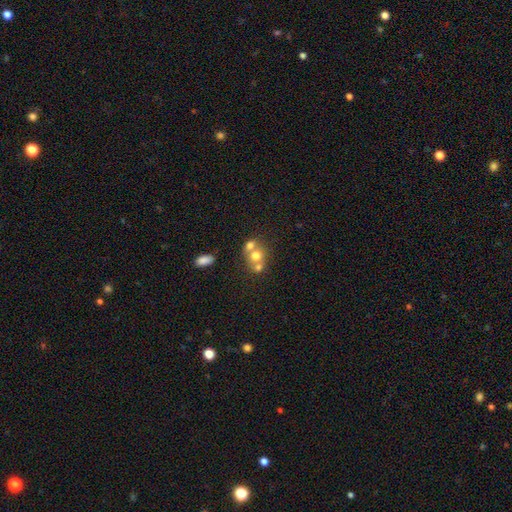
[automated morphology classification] Q: Smooth or featured?
A: smooth (64%); runner-up: featured or disk (24%)
Q: How rounded?
A: round (69%); runner-up: in between (30%)
Q: Merging?
A: merger (56%); runner-up: none (33%)